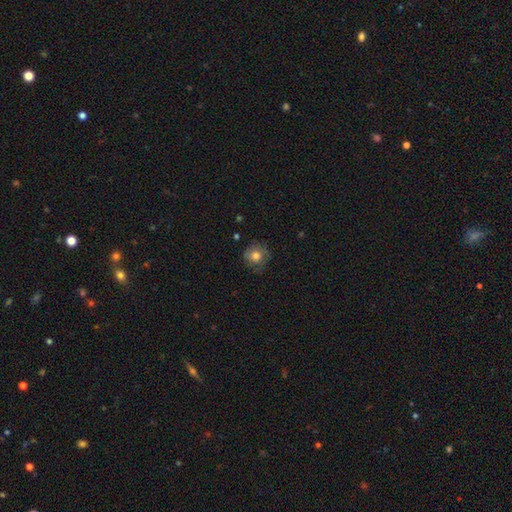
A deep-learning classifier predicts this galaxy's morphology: Smooth or featured? smooth (68%)
How rounded? round (88%)
Merging? none (71%)